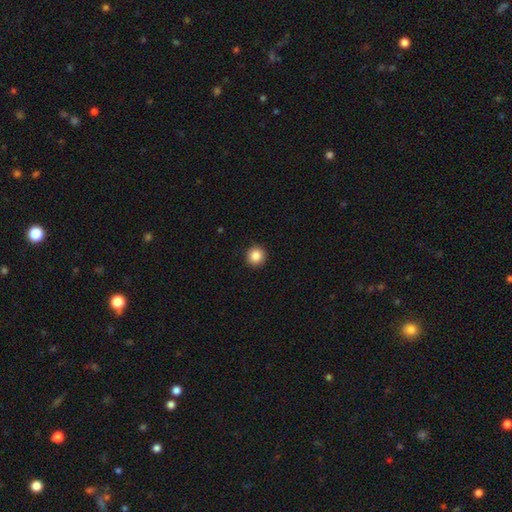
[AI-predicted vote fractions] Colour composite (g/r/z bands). It shows a smooth galaxy with no disk features (86%) that is round (95%). Merging: none (93%).